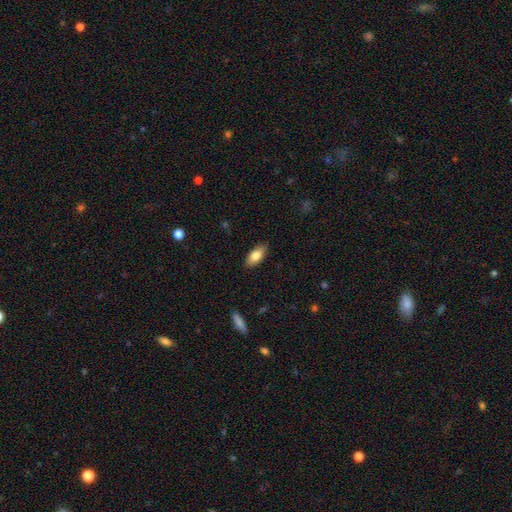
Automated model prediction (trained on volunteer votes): Smooth or featured: smooth — 79% (featured or disk — 14%)
How rounded: in between — 86% (cigar-shaped — 11%)
Merging: none — 87% (minor disturbance — 10%)